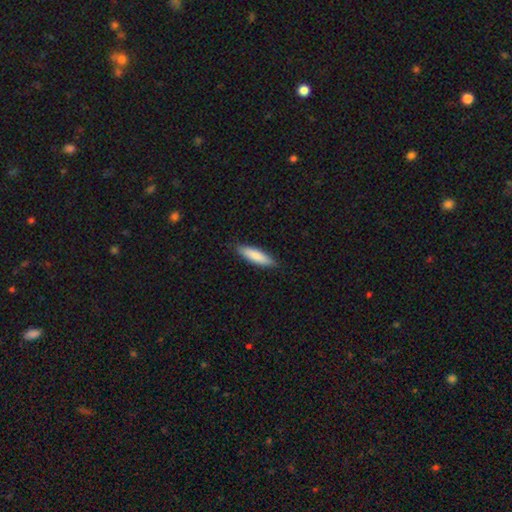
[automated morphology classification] A smooth galaxy with no disk features (85%) that is cigar-shaped (65%). Merging: none (86%).